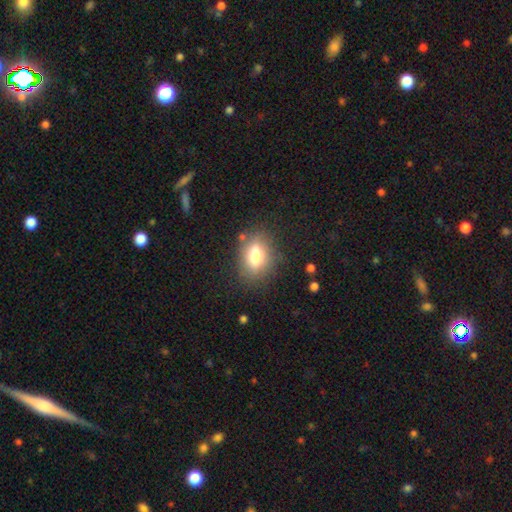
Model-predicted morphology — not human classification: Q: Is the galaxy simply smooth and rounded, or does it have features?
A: smooth — 71%.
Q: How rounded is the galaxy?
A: in between — 78%.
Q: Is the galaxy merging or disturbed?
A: none — 78%.